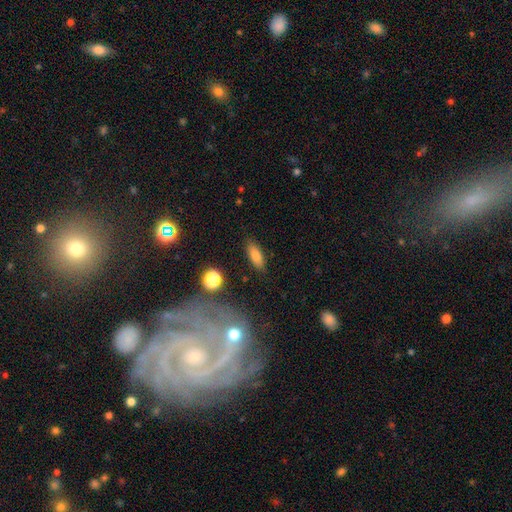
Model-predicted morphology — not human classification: The model was most divided on "how rounded": in between: 69%, cigar-shaped: 28%, round: 4%. More confident: merging — none (85%); smooth or featured — smooth (82%).